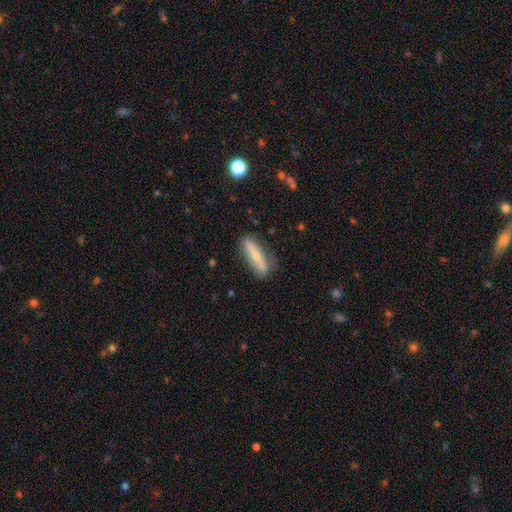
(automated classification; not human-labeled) This is possibly a smooth galaxy (57%). How rounded: likely cigar-shaped (75%). Merging: likely none (79%).